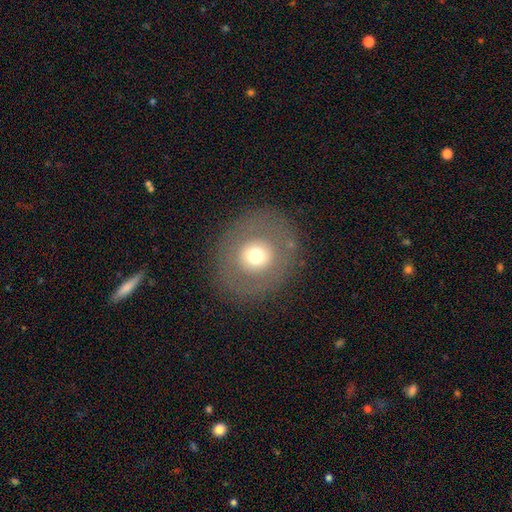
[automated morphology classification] Smooth or featured?
  - smooth: 61% *
  - featured or disk: 28%
  - star or artifact: 12%
How rounded?
  - round: 88% *
  - in between: 11%
  - cigar-shaped: 1%
Merging?
  - none: 84% *
  - minor disturbance: 8%
  - major disturbance: 6%
  - merger: 1%